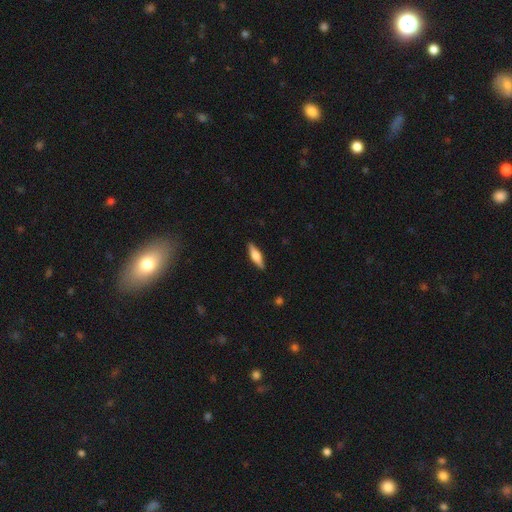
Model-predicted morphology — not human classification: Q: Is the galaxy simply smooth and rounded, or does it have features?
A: smooth — 50%.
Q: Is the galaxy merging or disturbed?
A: none — 89%.